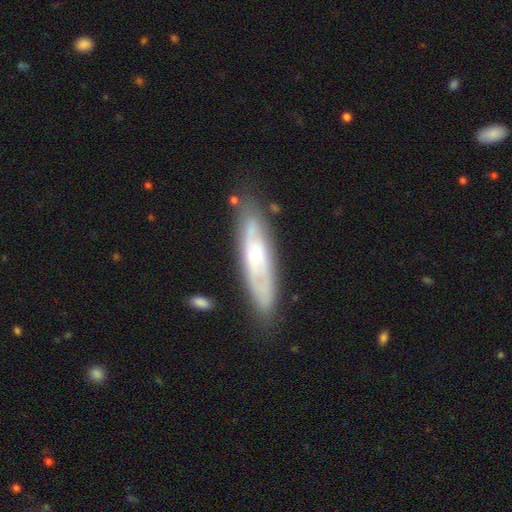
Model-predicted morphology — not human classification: Overall: featured or disk (62%; smooth 31%). Edge-on disk: no (60%; yes 40%). Merging: none (77%).